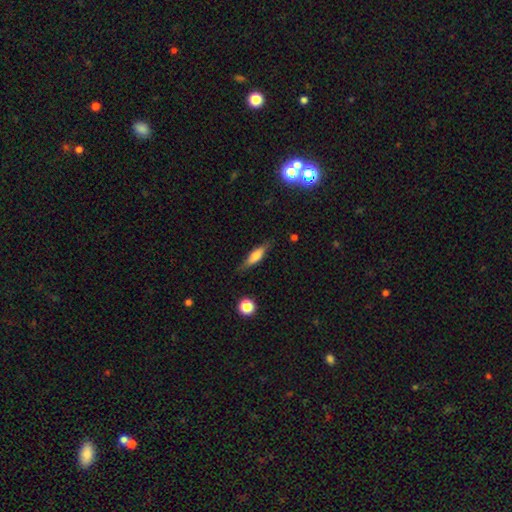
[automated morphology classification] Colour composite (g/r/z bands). It shows a smooth galaxy with no disk features (59%) that is cigar-shaped (58%). Merging: none (77%).